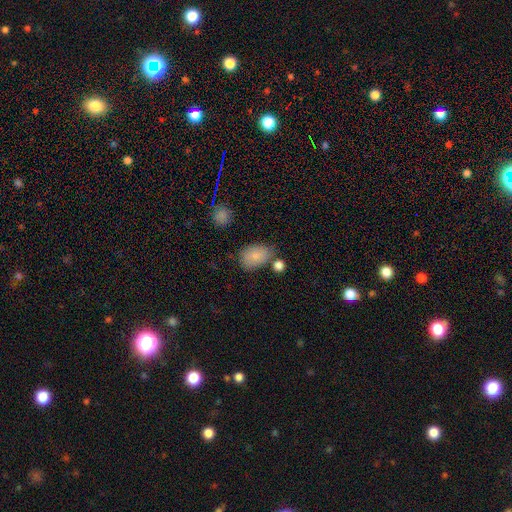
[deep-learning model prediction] This appears to be a smooth galaxy with no disk features (82%) that is in between round and cigar-shaped (83%). Merging: none (62%).